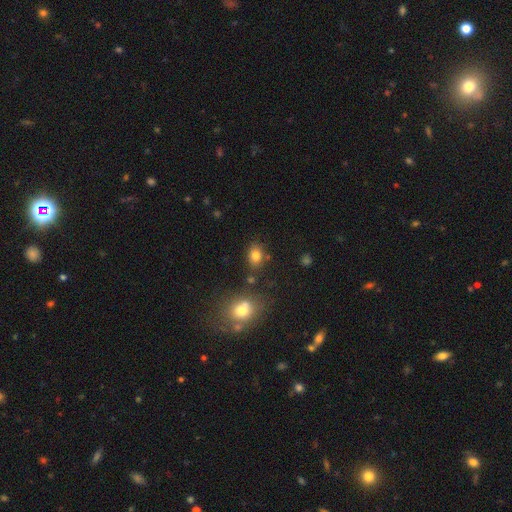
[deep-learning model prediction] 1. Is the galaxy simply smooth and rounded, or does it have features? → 81% smooth, 12% star or artifact, 8% featured or disk.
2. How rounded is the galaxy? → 67% in between, 31% round, 1% cigar-shaped.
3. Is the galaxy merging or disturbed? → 78% none, 12% minor disturbance, 6% merger, 4% major disturbance.